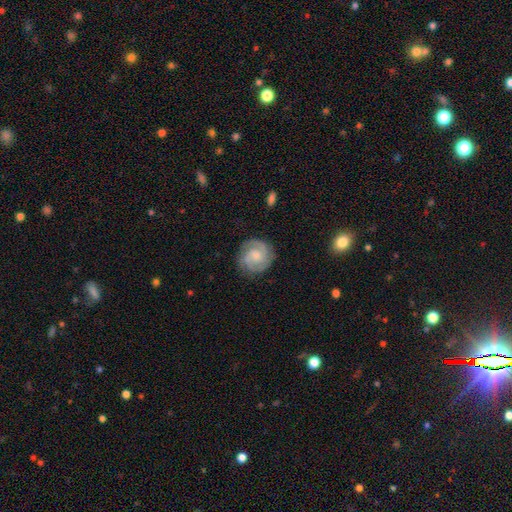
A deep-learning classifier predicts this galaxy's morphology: type=featured or disk (80%); edge-on=no (98%); bar=no (60%); spiral arms=yes (97%); winding=tight (54%); arm count=2 (55%); bulge=small (53%); merging=none (82%).